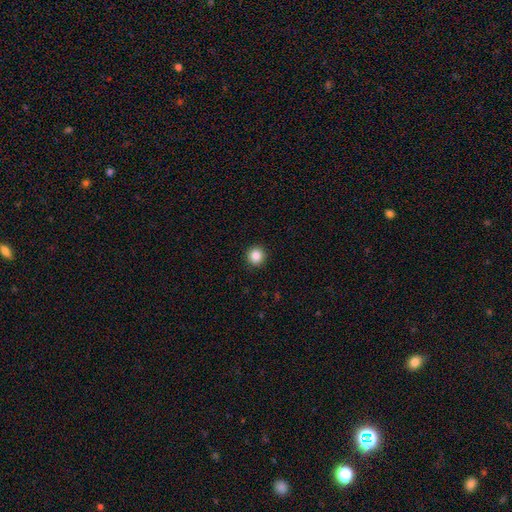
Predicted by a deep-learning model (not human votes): Smooth or featured: smooth — 86% (star or artifact — 10%)
How rounded: round — 95% (in between — 4%)
Merging: none — 93% (minor disturbance — 4%)